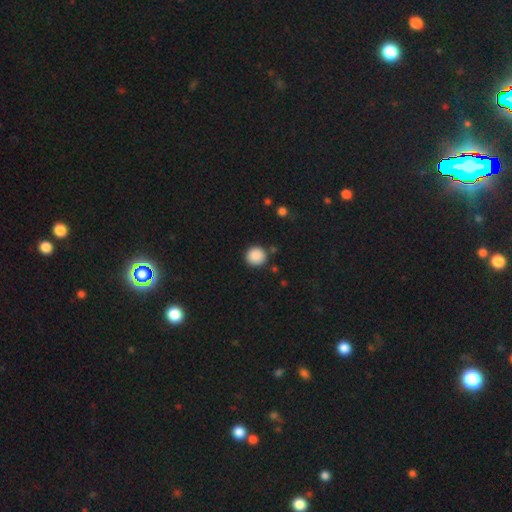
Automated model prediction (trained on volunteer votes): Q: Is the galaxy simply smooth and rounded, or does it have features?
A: smooth — 89%.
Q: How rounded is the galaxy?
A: round — 94%.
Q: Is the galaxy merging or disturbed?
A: none — 87%.